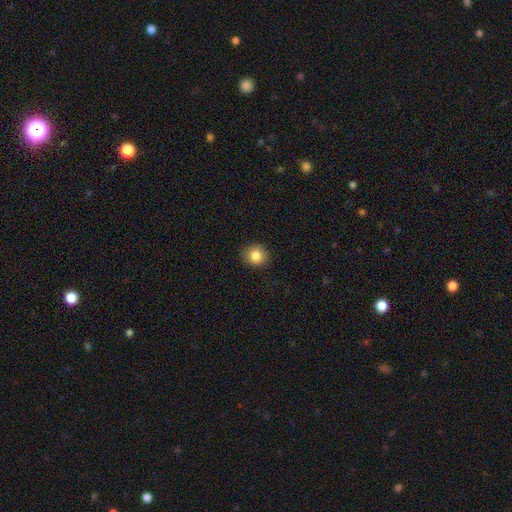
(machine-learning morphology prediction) type=smooth (84%); roundness=round (84%); merging=none (89%).